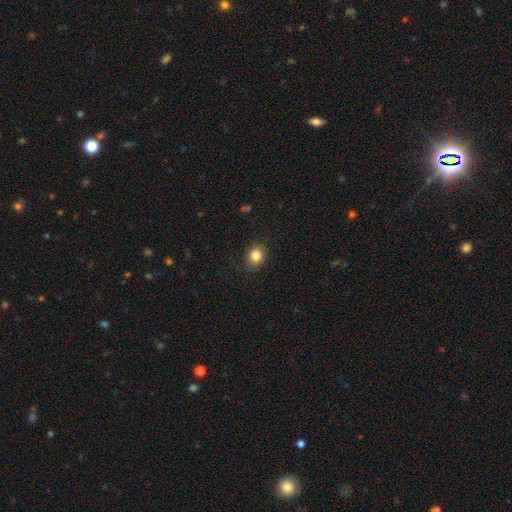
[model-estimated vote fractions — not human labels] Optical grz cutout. It shows a smooth galaxy with no disk features (83%) that is round (60%). Merging: none (85%).